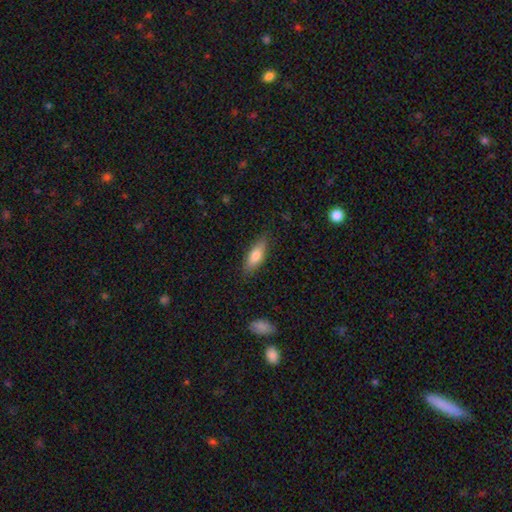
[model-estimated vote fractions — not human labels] Morphology: type=smooth (75%); roundness=in between (62%); merging=none (83%).